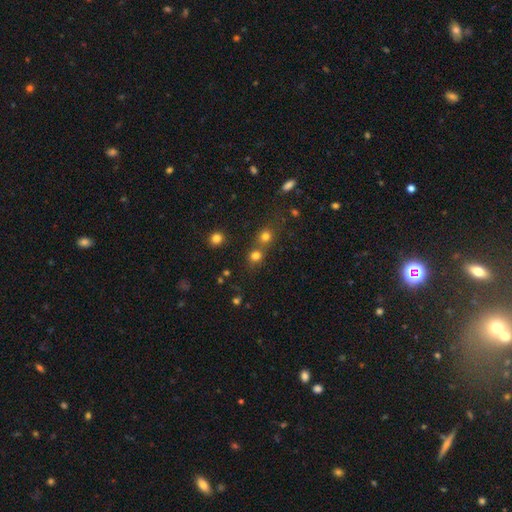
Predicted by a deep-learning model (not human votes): Q: Smooth or featured?
A: smooth (74%); runner-up: star or artifact (18%)
Q: How rounded?
A: round (85%); runner-up: in between (14%)
Q: Merging?
A: none (54%); runner-up: merger (36%)